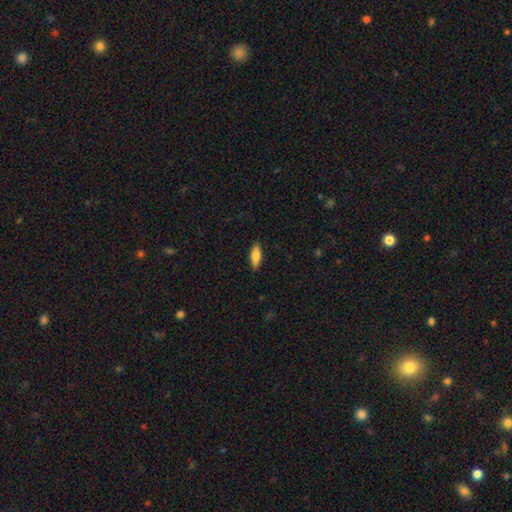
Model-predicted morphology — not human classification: The model was most divided on "how rounded": in between: 73%, cigar-shaped: 25%, round: 2%. More confident: merging — none (88%); smooth or featured — smooth (83%).